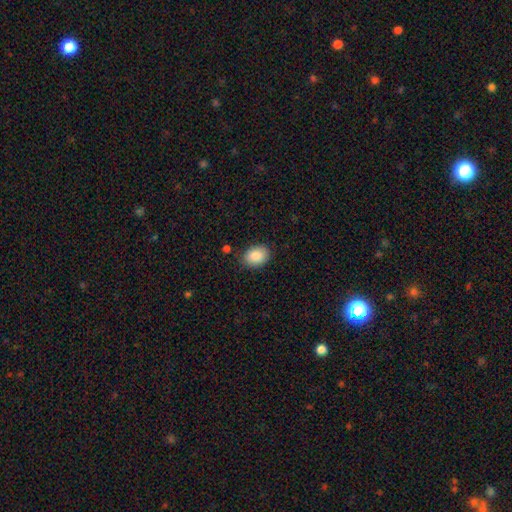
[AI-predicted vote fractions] A smooth galaxy with no disk features (88%) that is in between round and cigar-shaped (74%). Merging: none (83%).